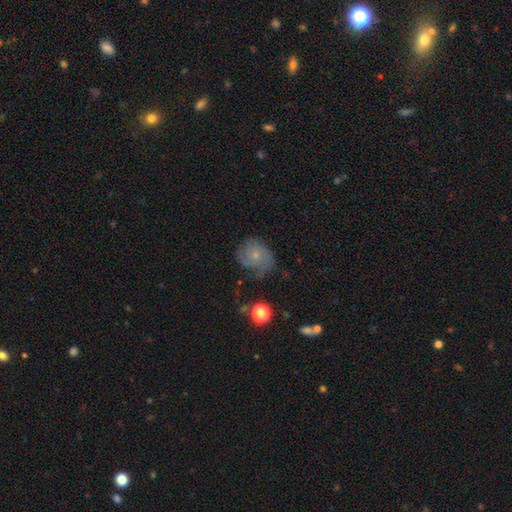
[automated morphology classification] Smooth or featured?
  - smooth: 50% *
  - featured or disk: 39%
  - star or artifact: 11%
Merging?
  - none: 45% *
  - minor disturbance: 32%
  - major disturbance: 21%
  - merger: 3%